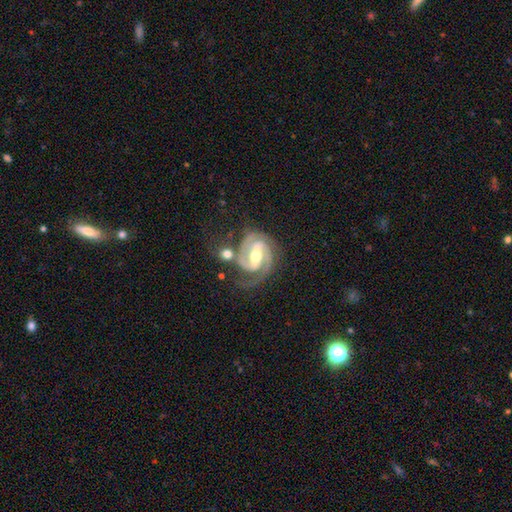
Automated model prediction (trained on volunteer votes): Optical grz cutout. It shows a featured or disk galaxy (92%) with a strong bar (60%), 2 (78%) tight (52%) spiral arms (98%) and a moderate central bulge (65%). Merging: none (62%).